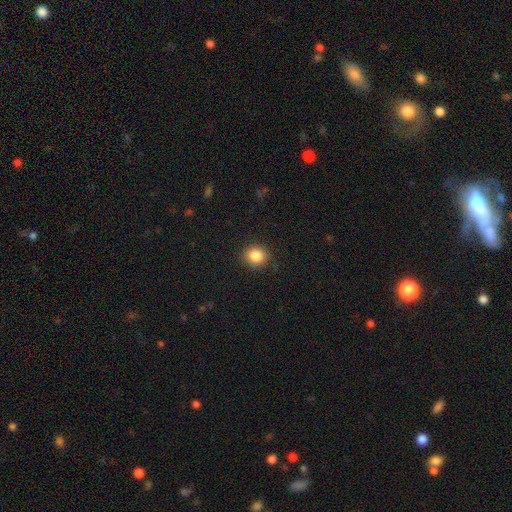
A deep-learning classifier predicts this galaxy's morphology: This is clearly a smooth galaxy (86%). How rounded: clearly round (81%). Merging: clearly none (89%).